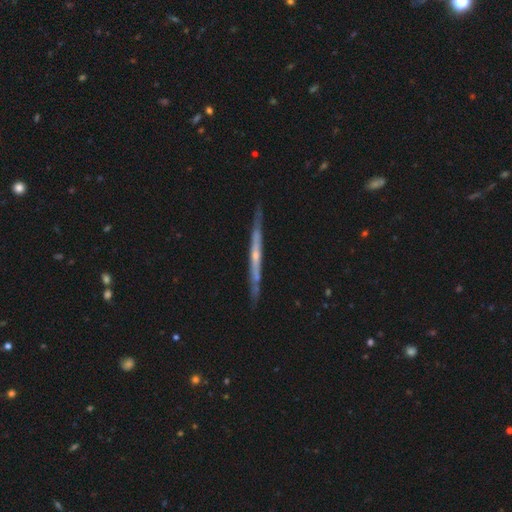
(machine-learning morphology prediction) Smooth or featured? featured or disk (75%)
Edge-on disk? yes (96%)
Edge-on bulge? none (54%)
Merging? none (84%)